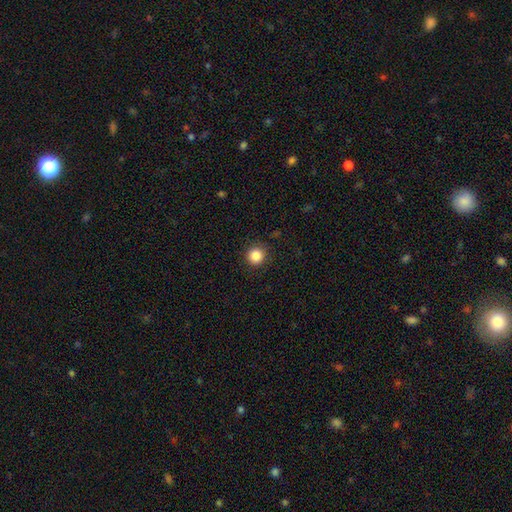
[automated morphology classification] This appears to be a smooth galaxy with no disk features (86%) that is round (95%). Merging: none (91%).